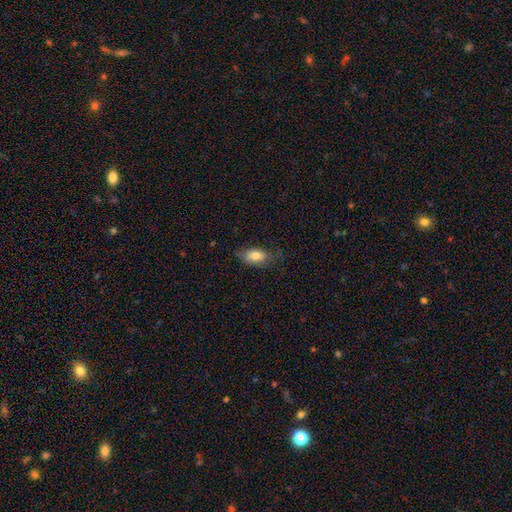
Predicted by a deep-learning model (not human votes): A smooth galaxy with no disk features (79%) that is in between round and cigar-shaped (89%).

Vote fractions:
- Smooth or featured? smooth: 79% / featured or disk: 13% / star or artifact: 8%
- How rounded? in between: 89% / round: 6% / cigar-shaped: 4%
- Merging? none: 69% / minor disturbance: 24% / major disturbance: 6% / merger: 1%